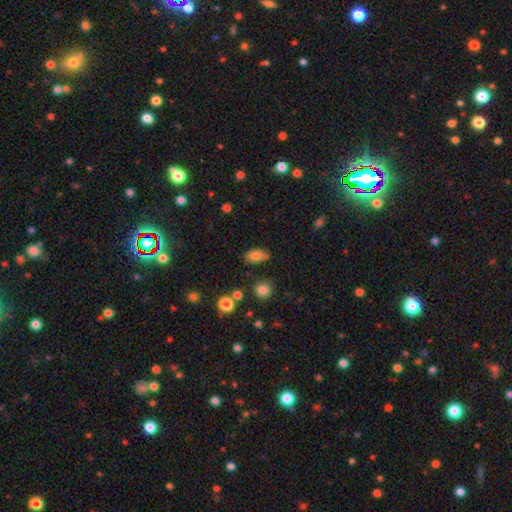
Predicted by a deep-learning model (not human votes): Morphology: type=smooth (81%); roundness=in between (88%); merging=none (74%).